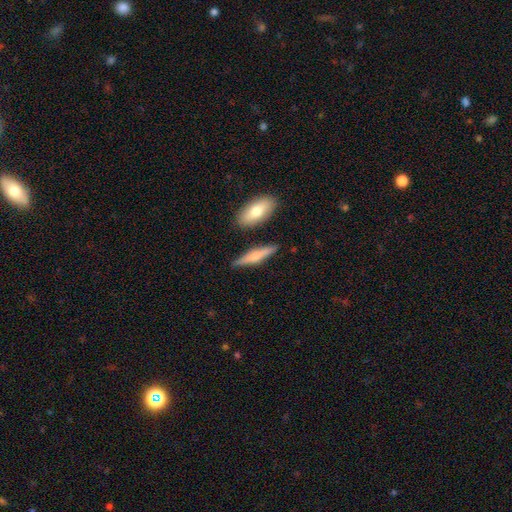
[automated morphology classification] Q: Smooth or featured?
A: smooth (52%); runner-up: featured or disk (42%)
Q: How rounded?
A: cigar-shaped (76%); runner-up: in between (21%)
Q: Merging?
A: none (82%); runner-up: minor disturbance (11%)